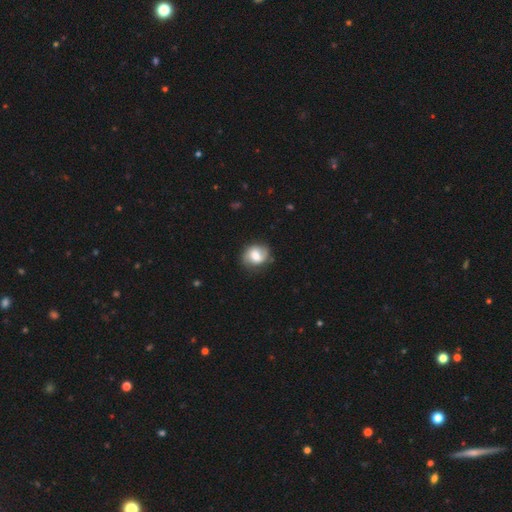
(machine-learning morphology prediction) Smooth or featured? Predicted: smooth (p=0.55). How rounded? Predicted: round (p=0.64). Merging? Predicted: none (p=0.73).